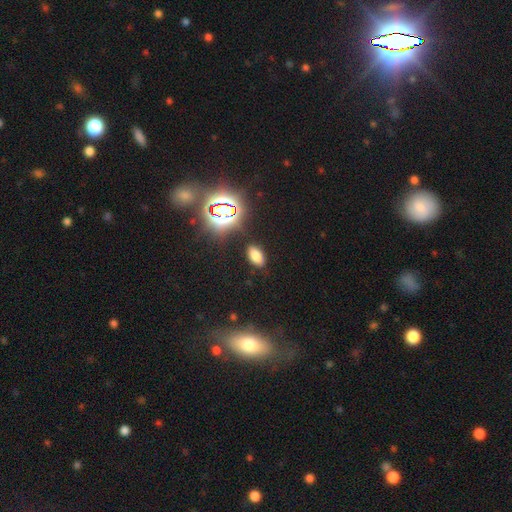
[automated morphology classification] type=smooth (68%); roundness=in between (91%); merging=none (87%).